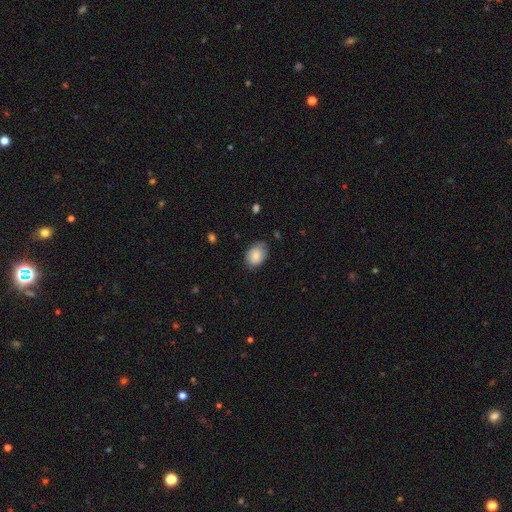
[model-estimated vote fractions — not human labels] Smooth or featured?
  - smooth: 80% *
  - featured or disk: 12%
  - star or artifact: 8%
How rounded?
  - in between: 75% *
  - round: 24%
  - cigar-shaped: 1%
Merging?
  - none: 65% *
  - minor disturbance: 27%
  - major disturbance: 6%
  - merger: 1%